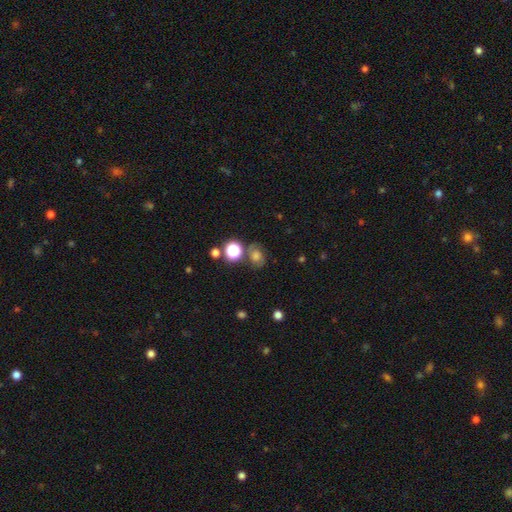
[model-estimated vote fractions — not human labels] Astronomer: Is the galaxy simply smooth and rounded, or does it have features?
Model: smooth — 53%.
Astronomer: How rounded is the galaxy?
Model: round — 58% (runner-up: in between, 41%).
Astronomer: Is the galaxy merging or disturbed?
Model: none — 64%.